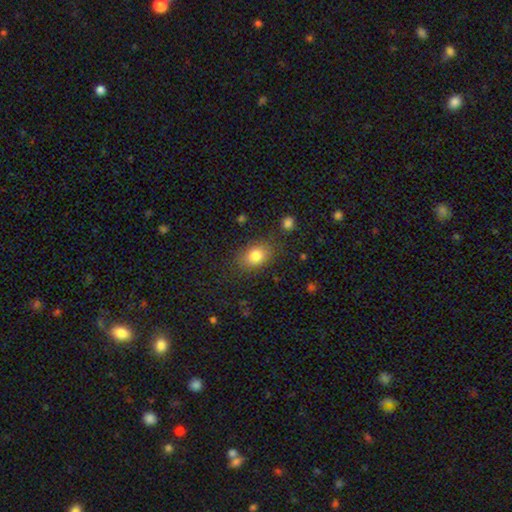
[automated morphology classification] type=smooth (82%); roundness=in between (69%); merging=none (78%).